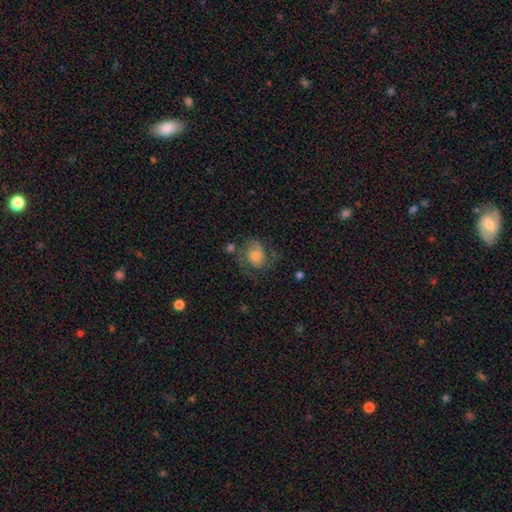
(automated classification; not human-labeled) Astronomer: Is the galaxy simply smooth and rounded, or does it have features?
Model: featured or disk — 68%.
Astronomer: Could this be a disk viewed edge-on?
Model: no — 98%.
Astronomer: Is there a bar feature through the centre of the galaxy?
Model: no — 71%.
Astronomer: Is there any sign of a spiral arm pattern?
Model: yes — 92%.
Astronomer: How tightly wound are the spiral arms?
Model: medium — 49% (runner-up: tight, 28%).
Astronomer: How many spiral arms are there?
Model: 2 — 80%.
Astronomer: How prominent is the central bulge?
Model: moderate — 49% (runner-up: small, 33%).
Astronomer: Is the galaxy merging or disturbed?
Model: none — 61%.